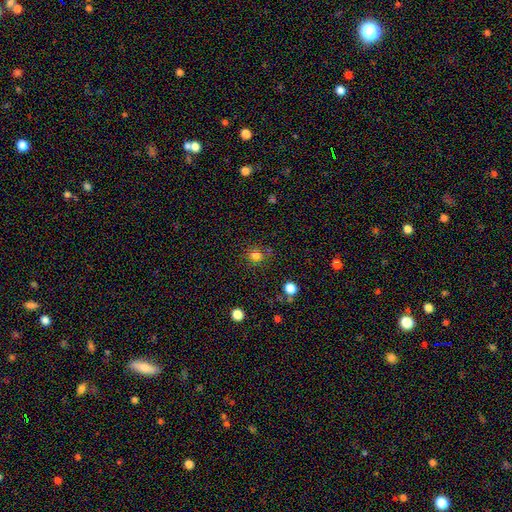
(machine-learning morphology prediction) A smooth galaxy with no disk features (72%) that is round (84%). Merging: none (77%).